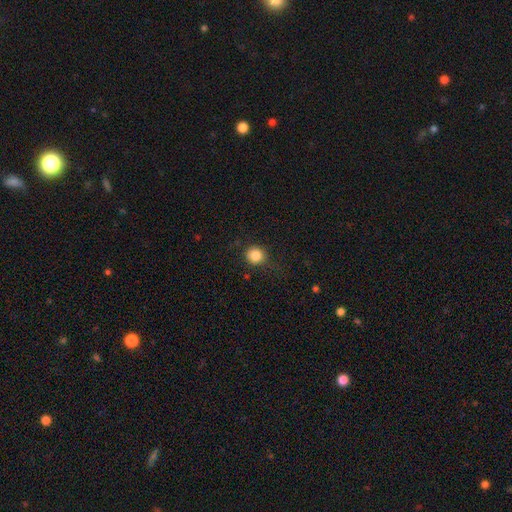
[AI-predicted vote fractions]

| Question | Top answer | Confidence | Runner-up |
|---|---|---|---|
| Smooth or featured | smooth | 85% | star or artifact (10%) |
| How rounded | round | 91% | in between (8%) |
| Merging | none | 81% | minor disturbance (13%) |